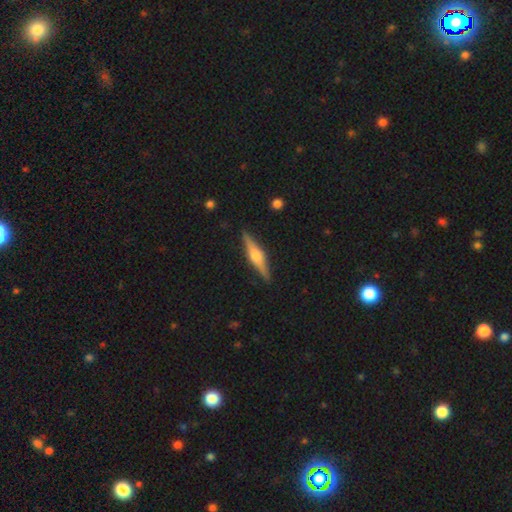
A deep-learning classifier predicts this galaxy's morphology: Smooth or featured? Predicted: featured or disk (p=0.71). Edge-on disk? Predicted: yes (p=0.97). Edge-on bulge? Predicted: rounded (p=0.90). Merging? Predicted: none (p=0.89).